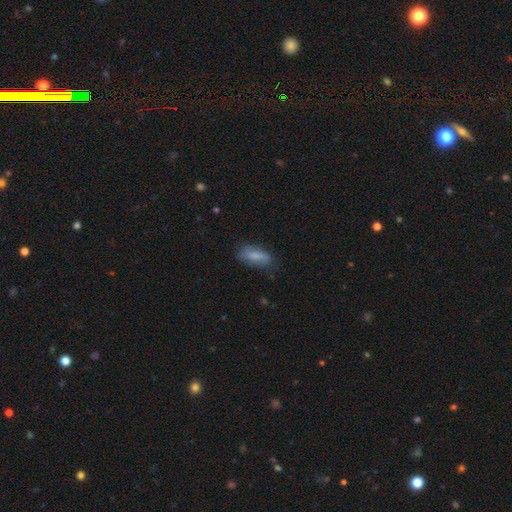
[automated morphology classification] smooth_or_featured: smooth (p=0.75) [alt: featured or disk p=0.17]
how_rounded: in between (p=0.78) [alt: cigar-shaped p=0.19]
merging: none (p=0.67) [alt: minor disturbance p=0.24]